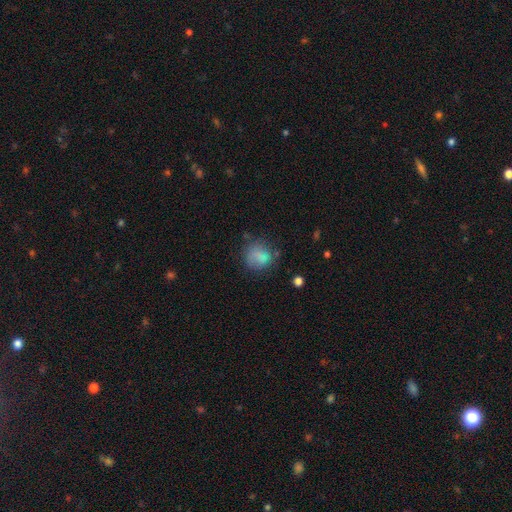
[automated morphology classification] smooth_or_featured: smooth (p=0.75) [alt: featured or disk p=0.14]
how_rounded: round (p=0.66) [alt: in between p=0.33]
merging: none (p=0.55) [alt: minor disturbance p=0.26]